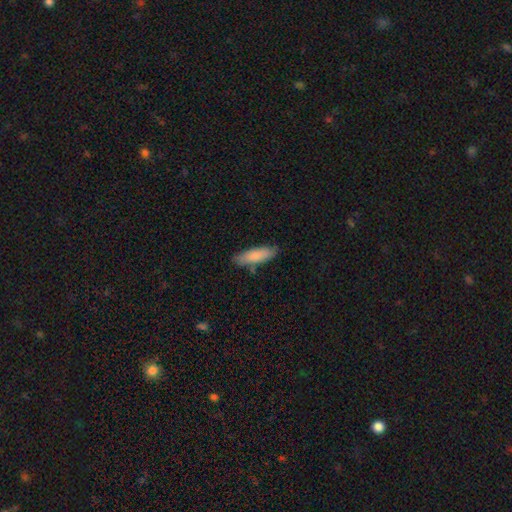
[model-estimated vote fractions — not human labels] Smooth or featured? smooth (83%)
How rounded? cigar-shaped (52%)
Merging? none (78%)